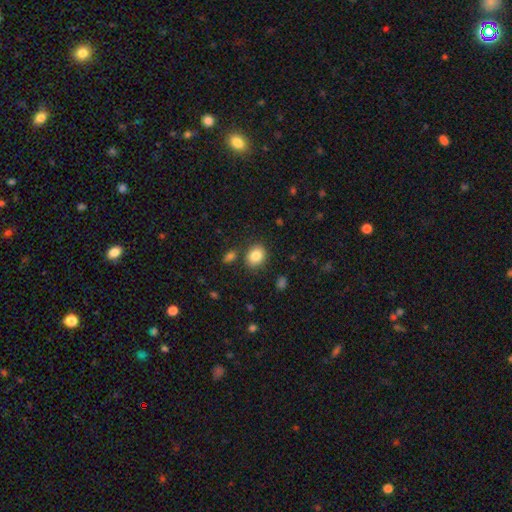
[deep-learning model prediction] This appears to be a smooth galaxy with no disk features (84%) that is round (54%). Merging: none (81%).